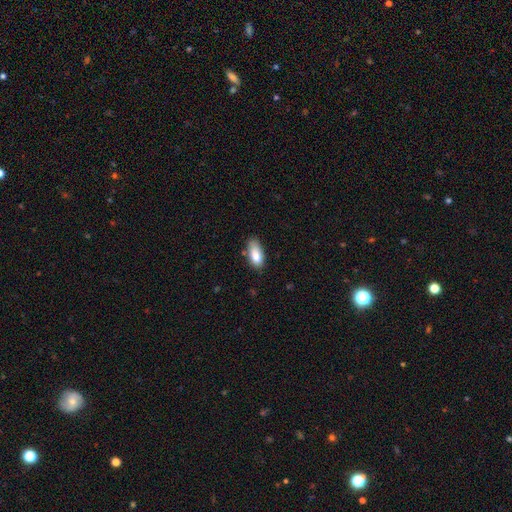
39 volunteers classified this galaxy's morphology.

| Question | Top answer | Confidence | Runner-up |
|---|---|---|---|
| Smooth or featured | smooth | 82% | featured or disk (10%) |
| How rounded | in between | 81% | cigar-shaped (19%) |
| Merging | none | 67% | minor disturbance (19%) |